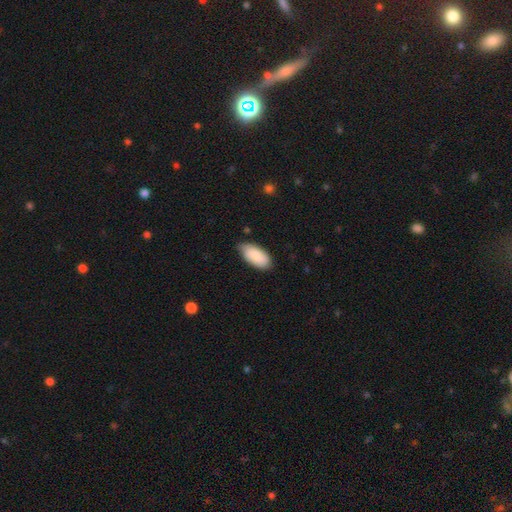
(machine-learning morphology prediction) Smooth or featured: smooth — 84% (featured or disk — 10%)
How rounded: in between — 94% (cigar-shaped — 4%)
Merging: none — 75% (minor disturbance — 21%)